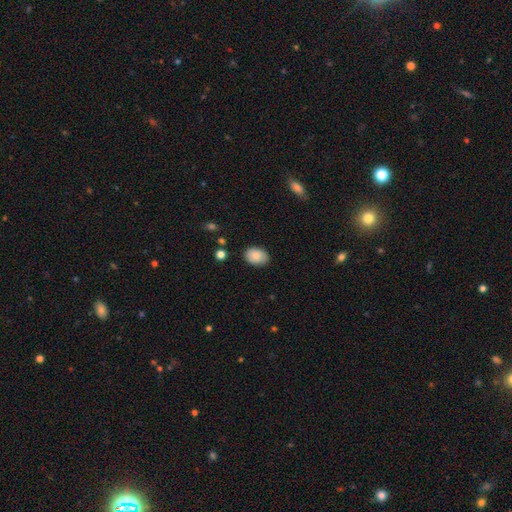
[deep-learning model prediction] Q: Smooth or featured?
A: smooth (83%); runner-up: featured or disk (9%)
Q: How rounded?
A: in between (78%); runner-up: round (21%)
Q: Merging?
A: none (83%); runner-up: minor disturbance (13%)